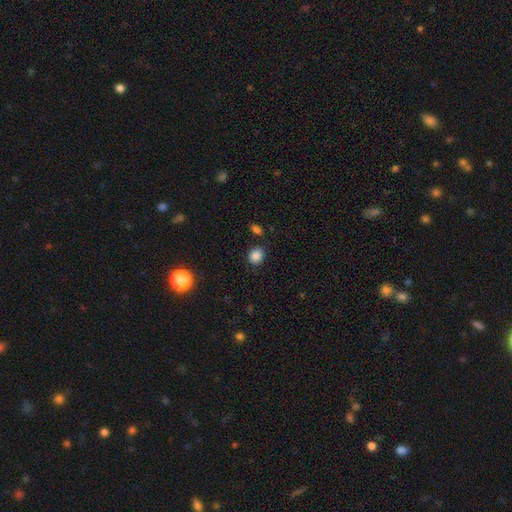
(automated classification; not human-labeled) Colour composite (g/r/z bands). It shows a smooth galaxy with no disk features (85%) that is round (65%). Merging: none (80%).